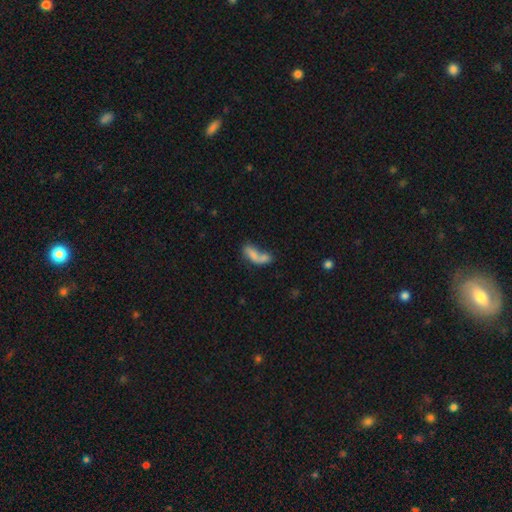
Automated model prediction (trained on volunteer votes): Overall: smooth (68%). How rounded: in between (75%). Merging: merger (55%; none 22%).